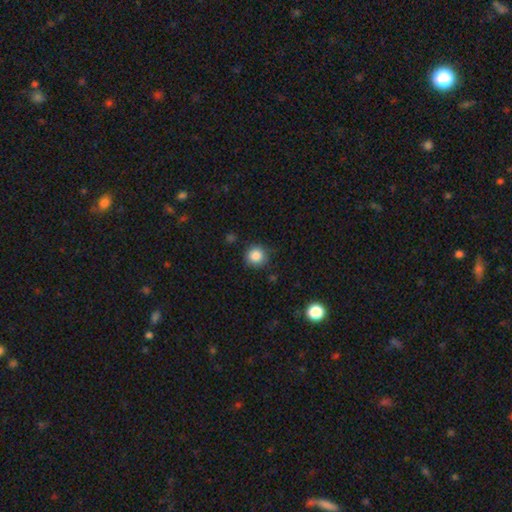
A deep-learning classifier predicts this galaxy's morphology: This appears to be a smooth galaxy with no disk features (86%) that is round (93%). Merging: none (85%).